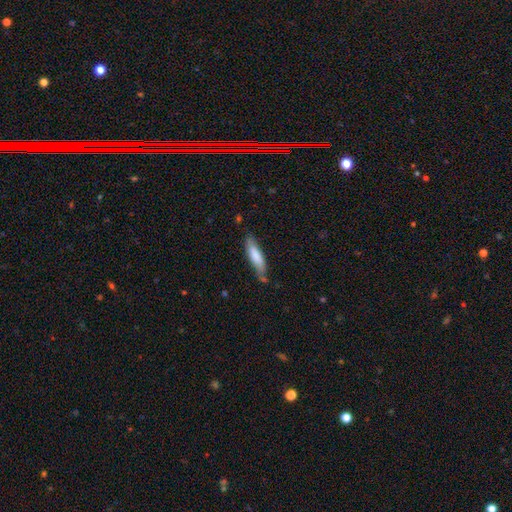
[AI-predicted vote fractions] Smooth or featured? smooth (76%)
How rounded? cigar-shaped (71%)
Merging? none (67%)